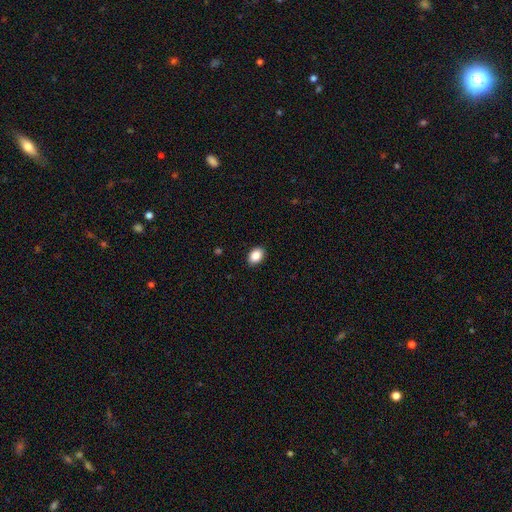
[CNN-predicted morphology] Q: Smooth or featured?
A: smooth (89%); runner-up: star or artifact (8%)
Q: How rounded?
A: in between (79%); runner-up: round (20%)
Q: Merging?
A: none (90%); runner-up: minor disturbance (7%)